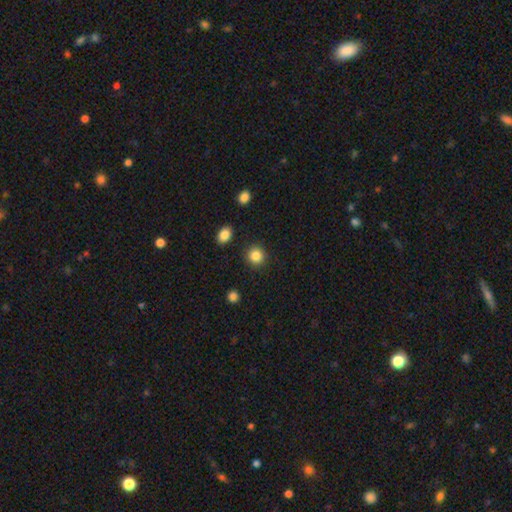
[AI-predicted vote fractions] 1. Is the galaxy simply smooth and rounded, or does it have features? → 86% smooth, 10% star or artifact, 4% featured or disk.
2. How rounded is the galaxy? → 90% round, 9% in between, 1% cigar-shaped.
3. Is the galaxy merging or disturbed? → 90% none, 6% minor disturbance, 2% major disturbance, 2% merger.